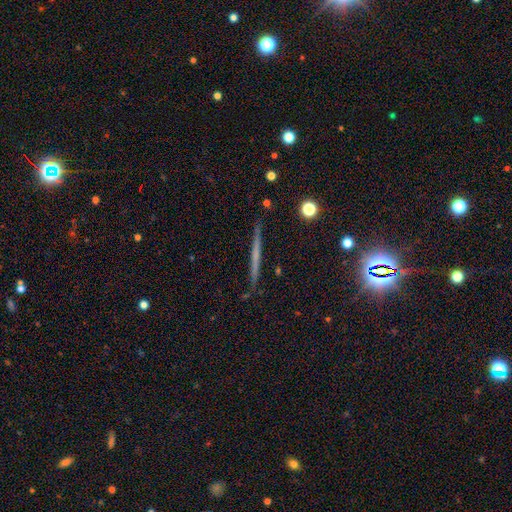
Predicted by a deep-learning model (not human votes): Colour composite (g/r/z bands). It shows a featured or disk galaxy (50%) viewed edge-on (97%). Merging: none (91%).